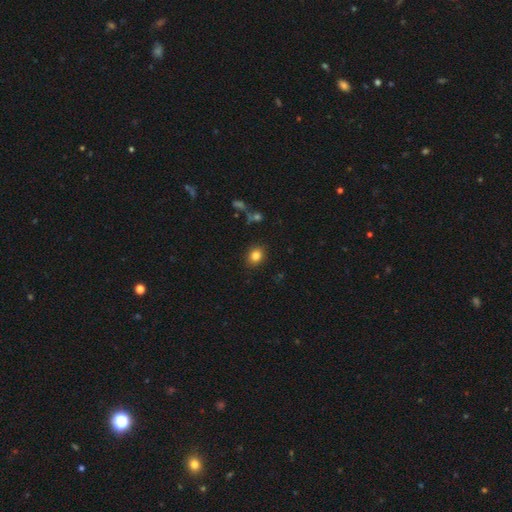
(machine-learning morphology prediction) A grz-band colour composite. It shows a smooth galaxy with no disk features (83%) that is round (60%). Merging: none (87%).